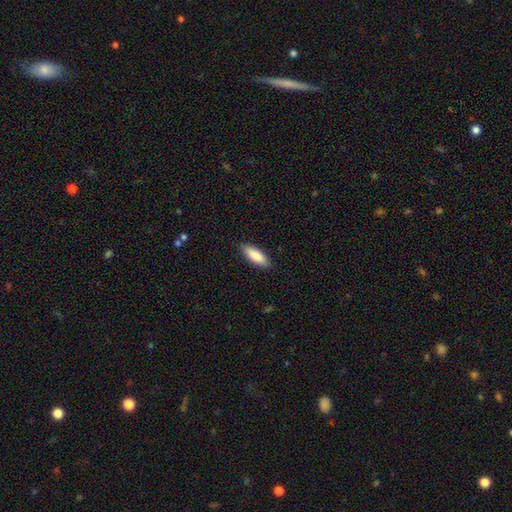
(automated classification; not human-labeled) The model was most divided on "how rounded": in between: 61%, cigar-shaped: 37%, round: 2%. More confident: merging — none (87%); smooth or featured — smooth (85%).